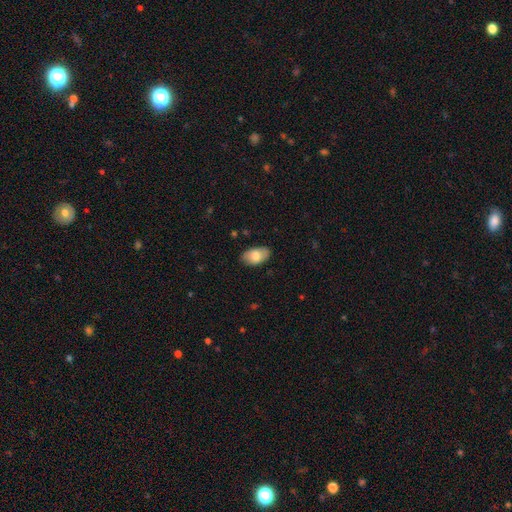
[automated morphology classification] This appears to be a smooth galaxy with no disk features (78%) that is in between round and cigar-shaped (94%). Merging: none (82%).